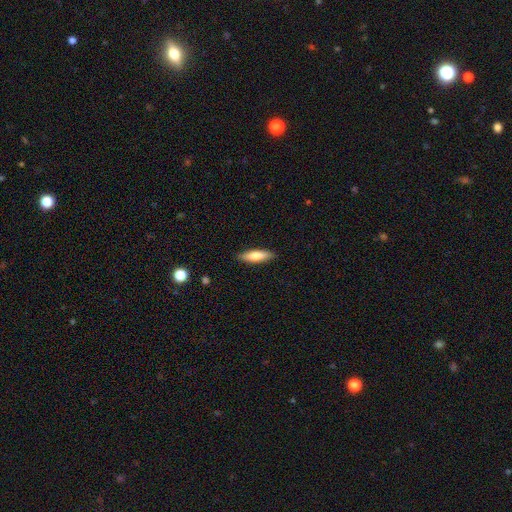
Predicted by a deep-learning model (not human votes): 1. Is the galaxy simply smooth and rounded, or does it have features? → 74% smooth, 20% featured or disk, 6% star or artifact.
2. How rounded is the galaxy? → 62% cigar-shaped, 37% in between, 2% round.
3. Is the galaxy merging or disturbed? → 88% none, 9% minor disturbance, 2% major disturbance, 1% merger.